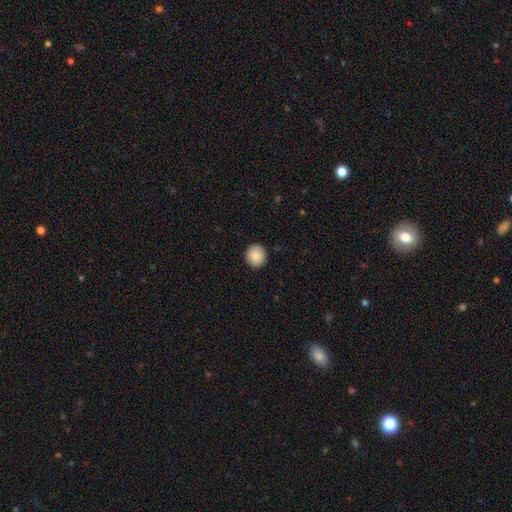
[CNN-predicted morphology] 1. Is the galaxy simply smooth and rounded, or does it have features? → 85% smooth, 8% star or artifact, 8% featured or disk.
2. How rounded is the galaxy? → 90% round, 9% in between, 1% cigar-shaped.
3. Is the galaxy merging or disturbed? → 92% none, 5% minor disturbance, 2% major disturbance, 1% merger.